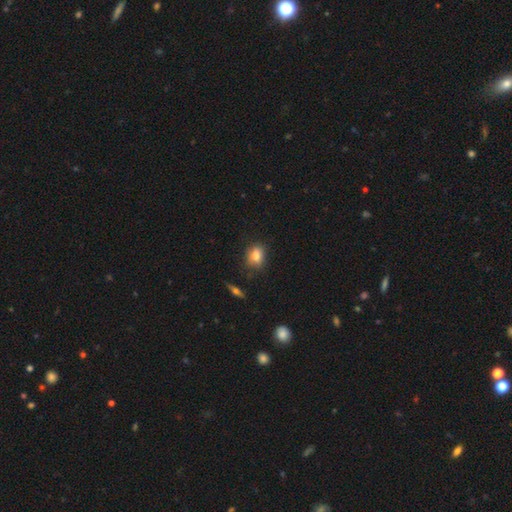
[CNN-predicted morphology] Smooth or featured: smooth — 80% (featured or disk — 10%)
How rounded: in between — 61% (round — 37%)
Merging: none — 77% (minor disturbance — 17%)